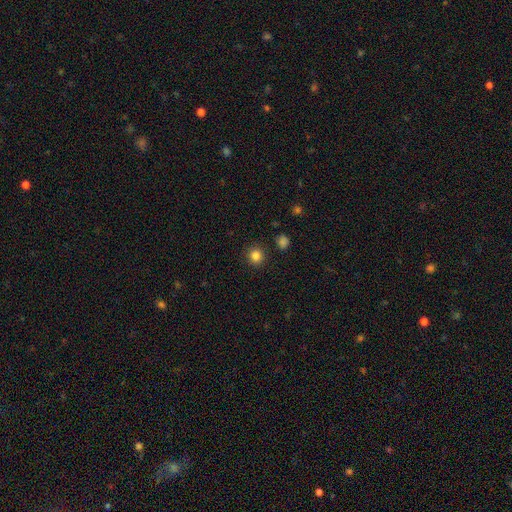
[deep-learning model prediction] smooth_or_featured: smooth (p=0.84) [alt: star or artifact p=0.12]
how_rounded: round (p=0.91) [alt: in between p=0.08]
merging: none (p=0.91) [alt: minor disturbance p=0.06]